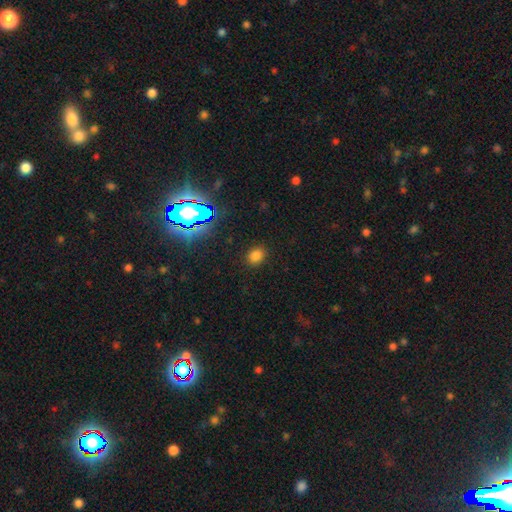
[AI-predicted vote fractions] The model was most divided on "how rounded": round: 52%, in between: 47%, cigar-shaped: 1%. More confident: merging — none (87%); smooth or featured — smooth (76%).